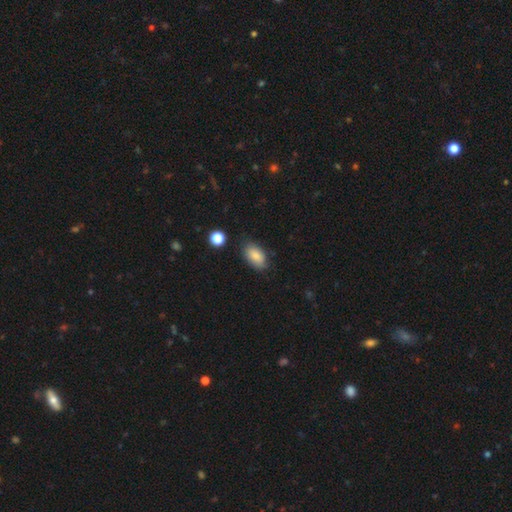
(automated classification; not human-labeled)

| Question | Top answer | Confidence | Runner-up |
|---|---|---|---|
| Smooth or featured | smooth | 84% | featured or disk (9%) |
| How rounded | in between | 93% | round (5%) |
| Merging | none | 79% | minor disturbance (16%) |